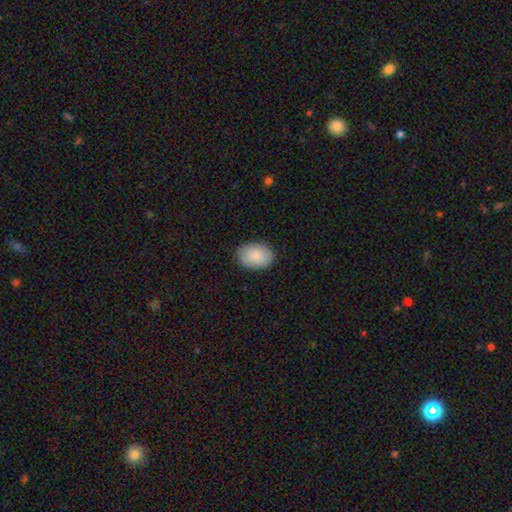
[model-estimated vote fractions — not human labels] This is clearly a smooth galaxy (87%). How rounded: likely in between (79%). Merging: clearly none (86%).